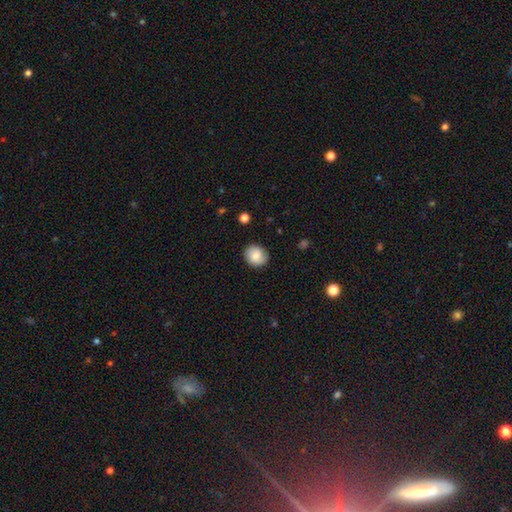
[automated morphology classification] This is clearly a smooth galaxy (81%). How rounded: likely round (79%). Merging: clearly none (86%).